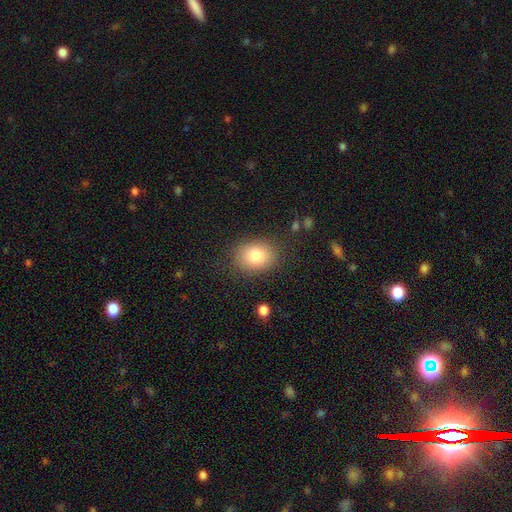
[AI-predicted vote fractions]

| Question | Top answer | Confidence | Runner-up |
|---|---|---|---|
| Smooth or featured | smooth | 82% | featured or disk (9%) |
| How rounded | in between | 55% | round (44%) |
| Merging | none | 84% | minor disturbance (10%) |